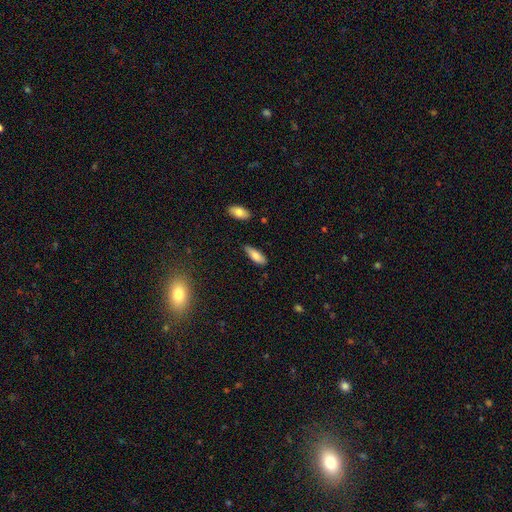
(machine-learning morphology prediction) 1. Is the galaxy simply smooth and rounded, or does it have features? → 80% smooth, 13% featured or disk, 7% star or artifact.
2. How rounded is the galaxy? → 64% in between, 34% cigar-shaped, 2% round.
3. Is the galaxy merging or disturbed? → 79% none, 16% minor disturbance, 3% major disturbance, 2% merger.